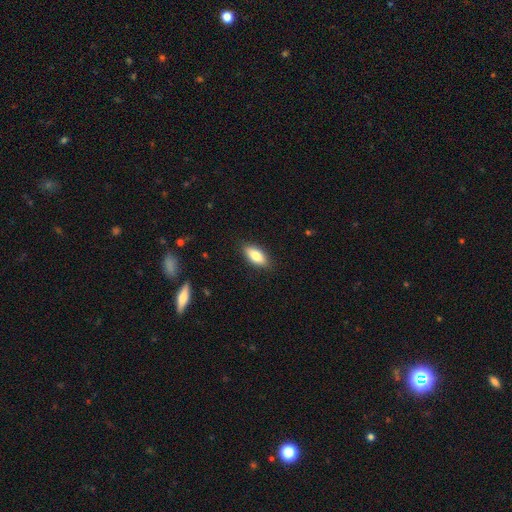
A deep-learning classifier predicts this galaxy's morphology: smooth-or-featured: smooth: 81% | featured or disk: 12% | star or artifact: 6%
  how-rounded: in between: 83% | cigar-shaped: 15% | round: 3%
  merging: none: 88% | minor disturbance: 9% | major disturbance: 2% | merger: 1%